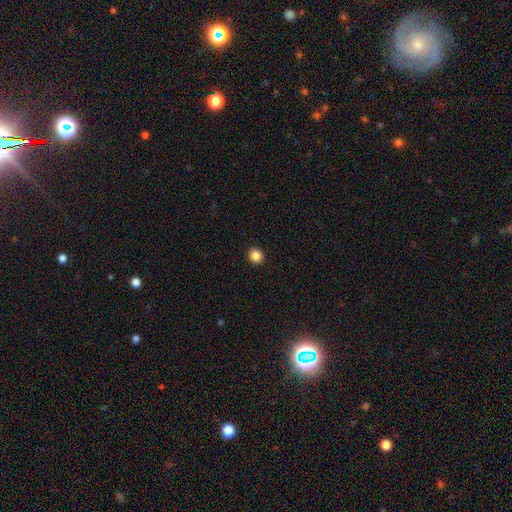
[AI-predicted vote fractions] Morphology: type=smooth (86%); roundness=round (93%); merging=none (93%).